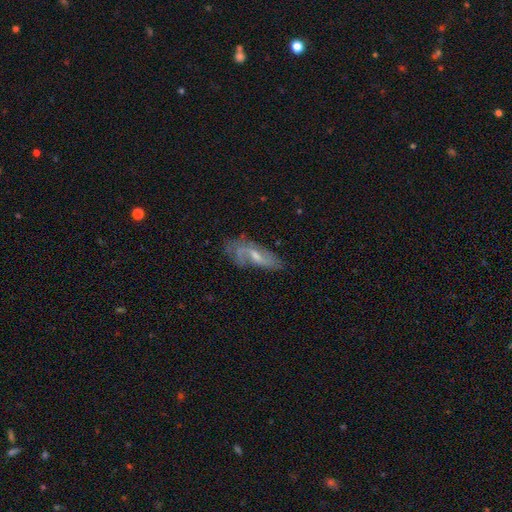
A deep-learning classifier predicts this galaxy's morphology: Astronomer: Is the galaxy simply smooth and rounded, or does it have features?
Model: featured or disk — 69%.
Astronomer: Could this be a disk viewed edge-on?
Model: no — 84%.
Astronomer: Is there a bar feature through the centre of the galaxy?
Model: weak — 50% (runner-up: no, 35%).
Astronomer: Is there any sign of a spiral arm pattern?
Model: yes — 82%.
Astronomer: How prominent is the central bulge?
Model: small — 45% (runner-up: moderate, 43%).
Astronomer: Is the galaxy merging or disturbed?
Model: none — 61%.